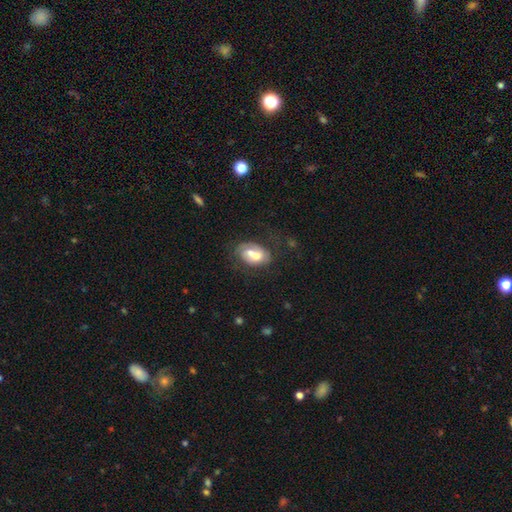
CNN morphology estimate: This appears to be a smooth galaxy with no disk features (49%). Merging: none (34%, tied with merger).